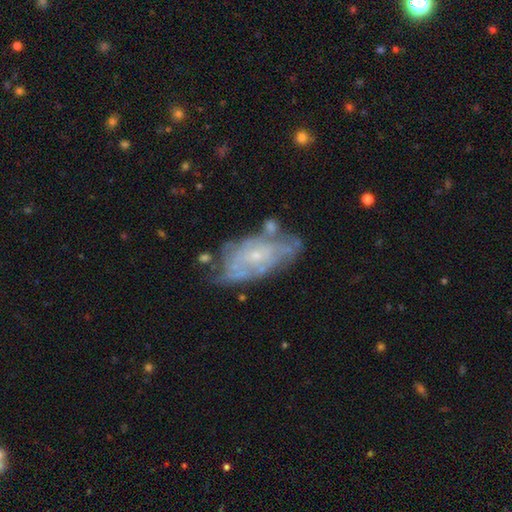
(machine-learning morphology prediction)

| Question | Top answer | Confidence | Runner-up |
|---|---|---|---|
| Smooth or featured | featured or disk | 71% | smooth (22%) |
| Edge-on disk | no | 92% | yes (8%) |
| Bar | no | 76% | weak (20%) |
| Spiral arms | yes | 68% | no (32%) |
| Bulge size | small | 77% | moderate (18%) |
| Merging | none | 54% | minor disturbance (26%) |